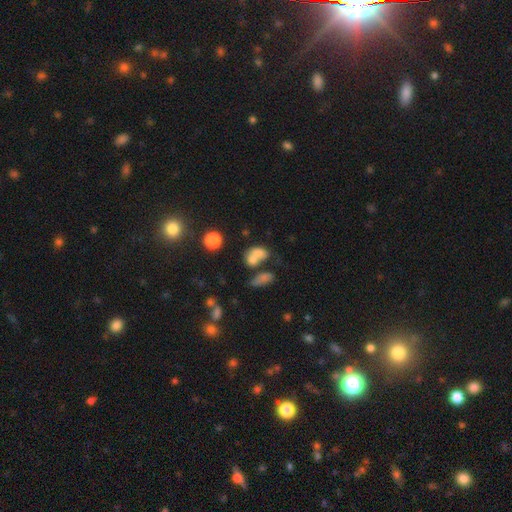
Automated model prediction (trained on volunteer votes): Smooth or featured?
  - smooth: 69% *
  - featured or disk: 17%
  - star or artifact: 14%
How rounded?
  - in between: 68% *
  - round: 30%
  - cigar-shaped: 2%
Merging?
  - merger: 58% *
  - none: 25%
  - minor disturbance: 10%
  - major disturbance: 8%